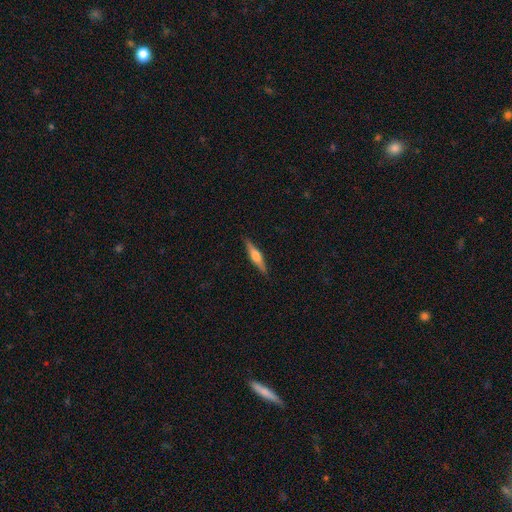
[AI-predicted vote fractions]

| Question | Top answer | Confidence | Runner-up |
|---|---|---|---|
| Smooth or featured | featured or disk | 60% | smooth (34%) |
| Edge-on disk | yes | 97% | no (3%) |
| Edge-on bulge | rounded | 87% | boxy (8%) |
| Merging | none | 90% | minor disturbance (8%) |